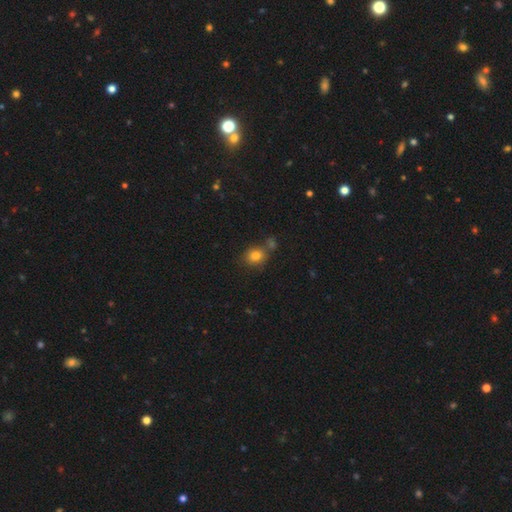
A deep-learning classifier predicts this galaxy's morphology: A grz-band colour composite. It shows a smooth galaxy with no disk features (80%) that is round (66%). Merging: none (65%).